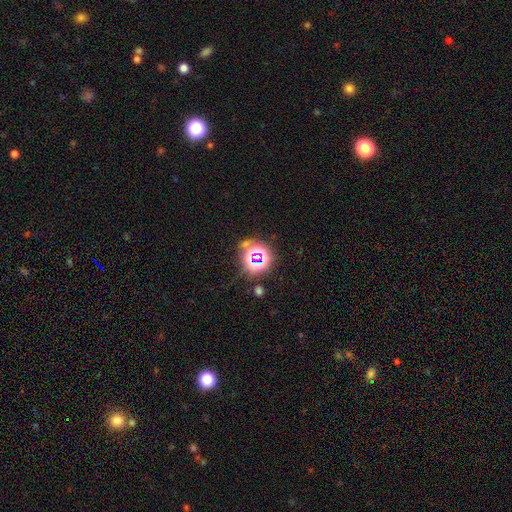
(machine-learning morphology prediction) Smooth or featured?
  - star or artifact: 68% *
  - smooth: 21%
  - featured or disk: 10%